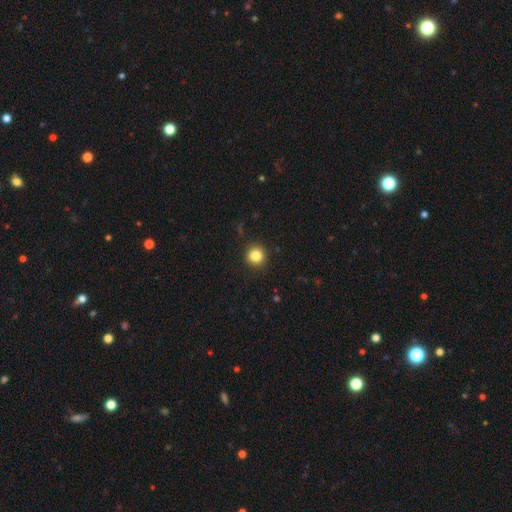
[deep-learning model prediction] Smooth or featured? smooth (84%)
How rounded? round (94%)
Merging? none (92%)